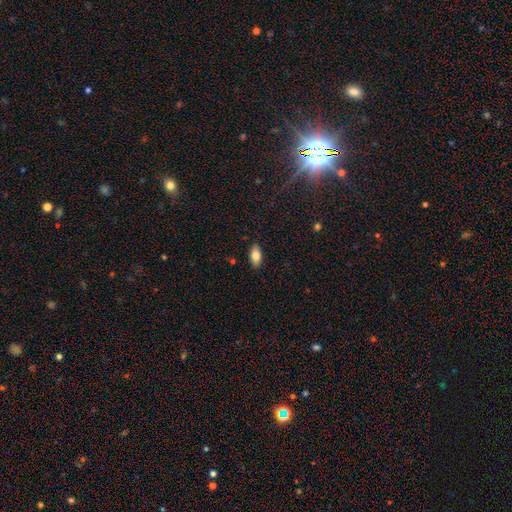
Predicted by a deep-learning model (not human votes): A smooth galaxy with no disk features (81%) that is in between round and cigar-shaped (91%). Merging: none (88%).